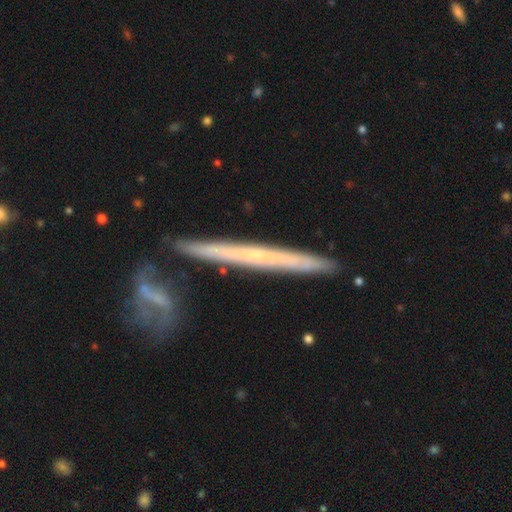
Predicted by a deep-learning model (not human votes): Overall: featured or disk (64%; smooth 29%). Edge-on disk: yes (91%). Edge-on bulge: none (78%). Merging: none (81%).